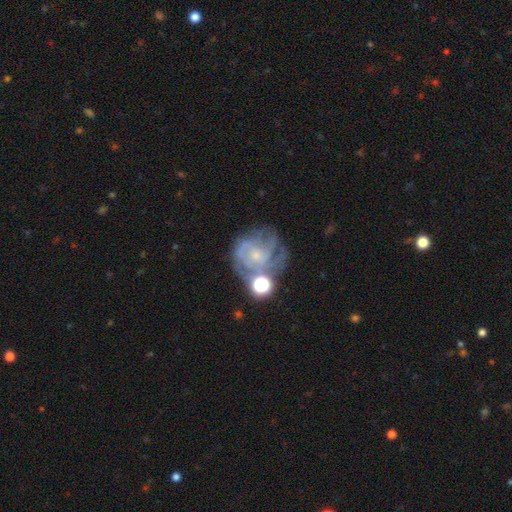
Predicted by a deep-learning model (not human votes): Smooth or featured? featured or disk (75%)
Edge-on disk? no (98%)
Bar? no (73%)
Spiral arms? yes (89%)
Spiral winding? tight (52%)
Spiral arm count? can't tell (35%)
Bulge size? small (73%)
Merging? none (48%)